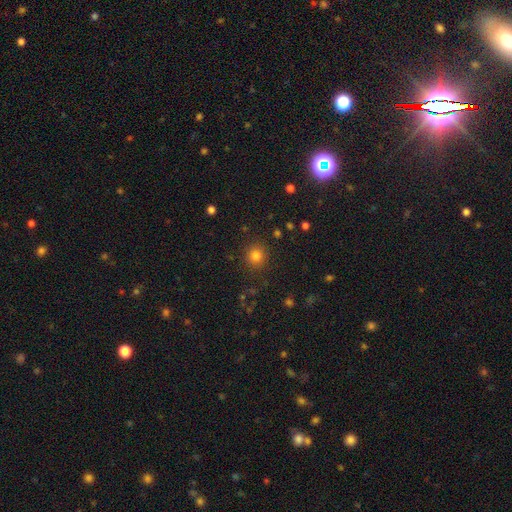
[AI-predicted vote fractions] smooth 81%, star or artifact 14%, featured or disk 5%. Down the decision tree: how rounded — round (90%); merging — none (88%).